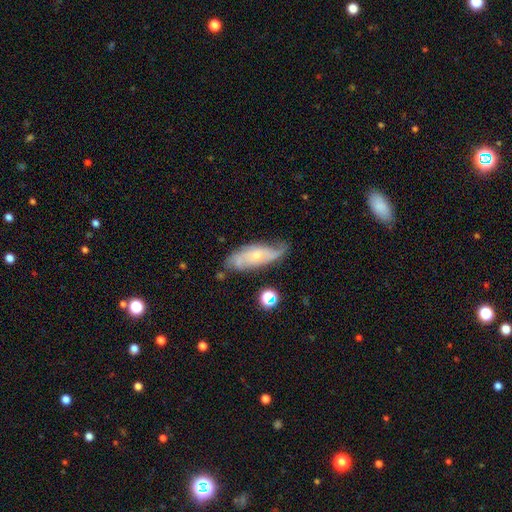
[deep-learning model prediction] smooth-or-featured: featured or disk: 74% | smooth: 19% | star or artifact: 7%
  disk-edge-on: no: 88% | yes: 12%
    bar: no: 69% | weak: 25% | strong: 6%
    has-spiral-arms: yes: 92% | no: 8%
      spiral-winding: medium: 42% | tight: 37% | loose: 21%
      spiral-arm-count: 2: 55% | can't tell: 24% | 3: 12% | 1: 4% | 4: 3% | more than 4: 2%
    bulge-size: small: 67% | moderate: 29% | none: 3% | large: 1% | dominant: 1%
  merging: none: 67% | minor disturbance: 23% | major disturbance: 7% | merger: 3%